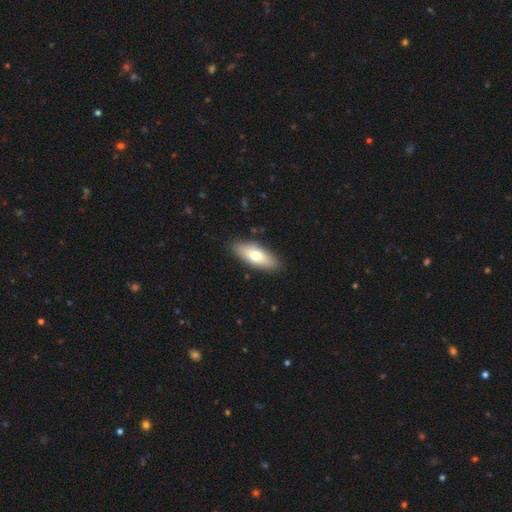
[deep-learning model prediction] Smooth or featured?
  - smooth: 68% *
  - featured or disk: 26%
  - star or artifact: 6%
How rounded?
  - in between: 75% *
  - cigar-shaped: 23%
  - round: 3%
Merging?
  - none: 88% *
  - minor disturbance: 8%
  - major disturbance: 2%
  - merger: 1%